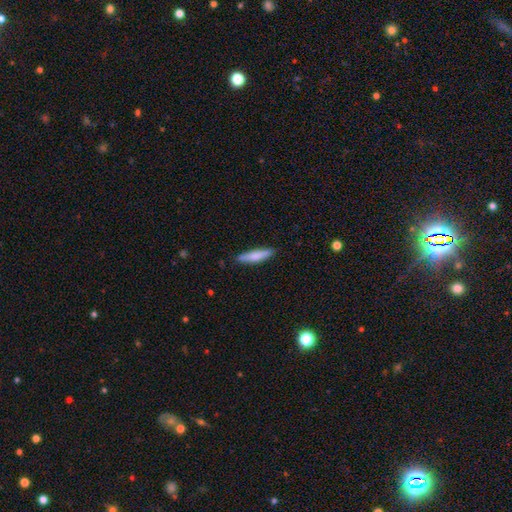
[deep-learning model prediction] The model was most divided on "smooth or featured": smooth: 74%, featured or disk: 20%, star or artifact: 5%. More confident: merging — none (87%); how rounded — cigar-shaped (82%).